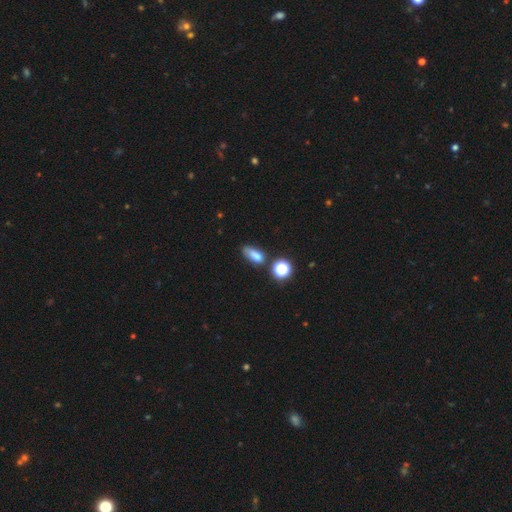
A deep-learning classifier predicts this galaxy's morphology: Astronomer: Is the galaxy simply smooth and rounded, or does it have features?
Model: smooth — 74%.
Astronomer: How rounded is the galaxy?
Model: in between — 71%.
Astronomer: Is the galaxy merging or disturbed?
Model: none — 51% (runner-up: minor disturbance, 27%).